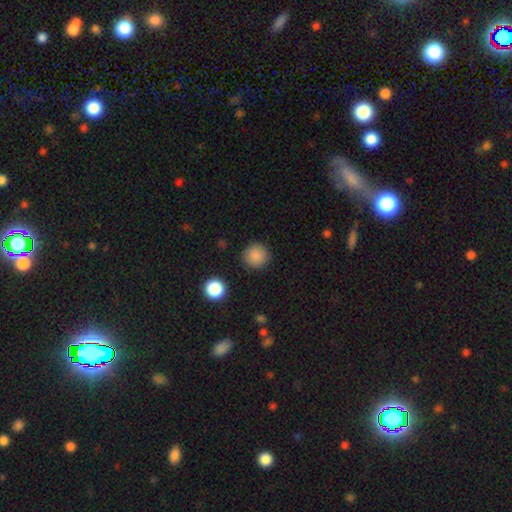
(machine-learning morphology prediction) smooth 87%, star or artifact 10%, featured or disk 3%. Down the decision tree: how rounded — round (94%); merging — none (89%).